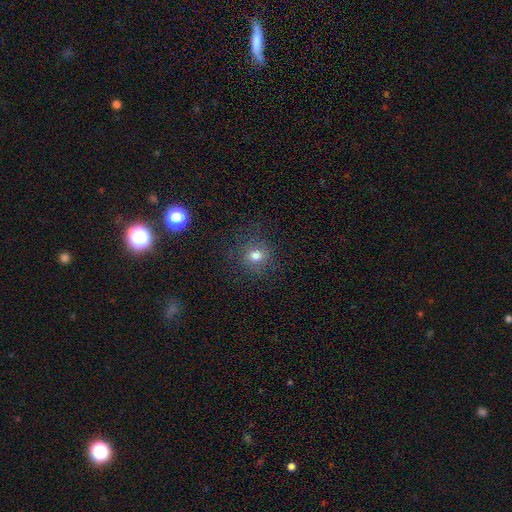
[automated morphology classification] Smooth or featured: smooth — 76% (star or artifact — 16%)
How rounded: round — 84% (in between — 15%)
Merging: none — 83% (minor disturbance — 11%)